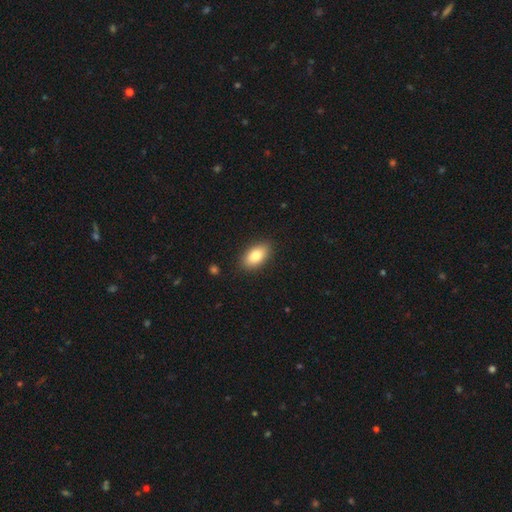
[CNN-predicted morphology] smooth_or_featured: smooth (p=0.82) [alt: featured or disk p=0.11]
how_rounded: in between (p=0.91) [alt: round p=0.05]
merging: none (p=0.88) [alt: minor disturbance p=0.08]